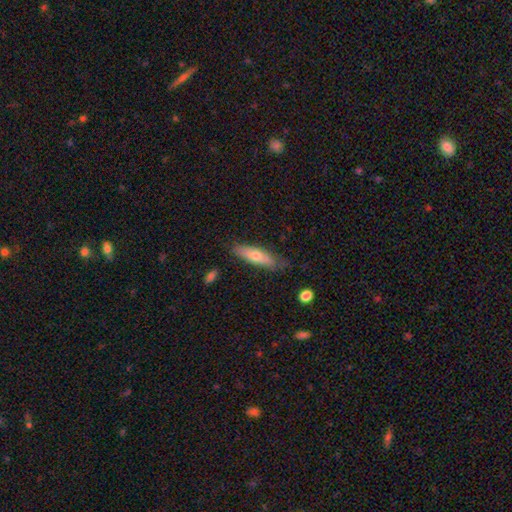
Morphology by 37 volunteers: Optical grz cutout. It shows a featured or disk galaxy (57%) viewed edge-on (71%) with a rounded central bulge (73%). Merging: none (81%).